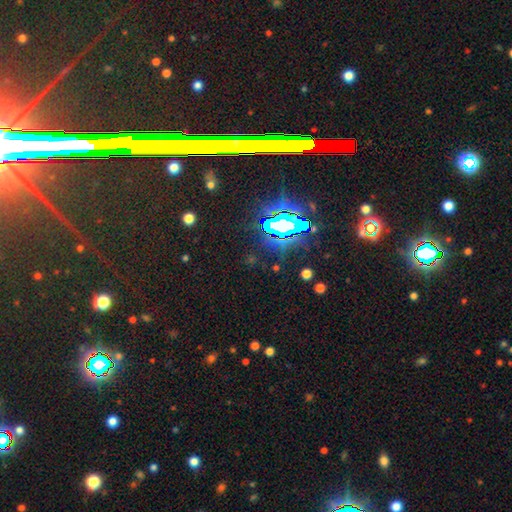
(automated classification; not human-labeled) A star or artifact, not a galaxy (78%).

Vote fractions:
- Smooth or featured? star or artifact: 78% / smooth: 11% / featured or disk: 10%